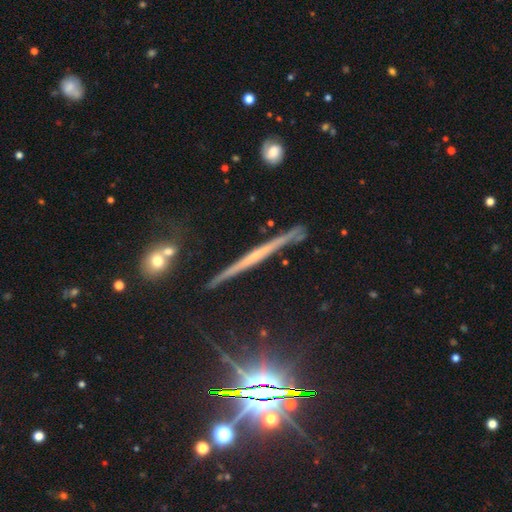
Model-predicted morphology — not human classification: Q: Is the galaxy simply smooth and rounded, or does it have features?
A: featured or disk — 68%.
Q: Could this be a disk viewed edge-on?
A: yes — 97%.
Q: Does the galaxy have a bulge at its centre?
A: none — 69%.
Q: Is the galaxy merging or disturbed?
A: none — 83%.